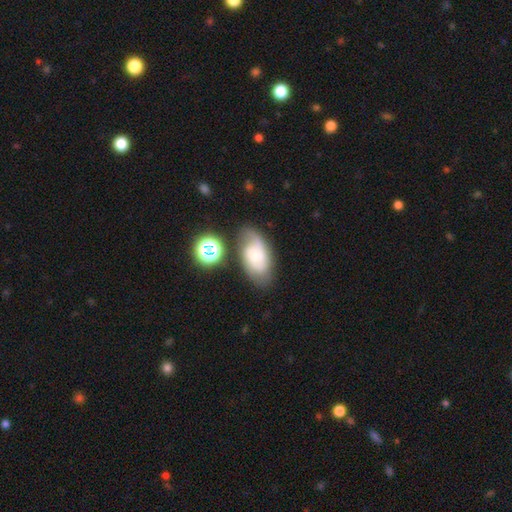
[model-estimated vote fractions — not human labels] featured or disk 53%, smooth 37%, star or artifact 10%. Down the decision tree: edge-on disk — no (93%); merging — none (62%).